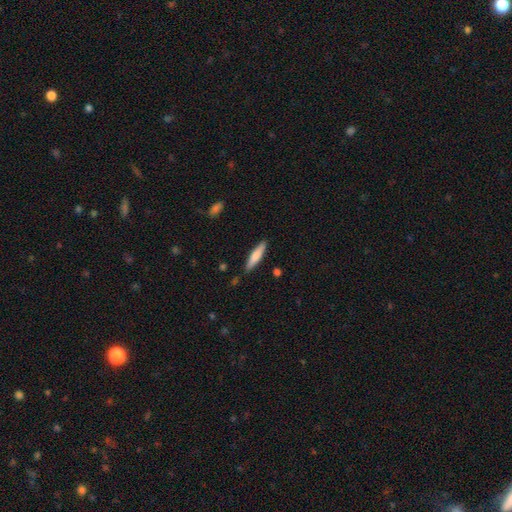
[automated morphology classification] Smooth or featured? Predicted: smooth (p=0.69). How rounded? Predicted: cigar-shaped (p=0.82). Merging? Predicted: none (p=0.86).